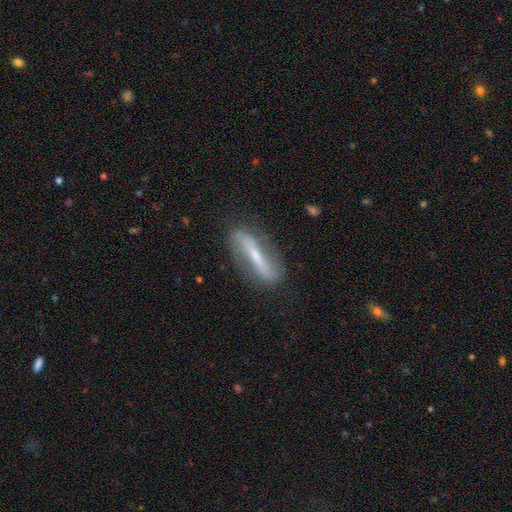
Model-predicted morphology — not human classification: The model was most divided on "edge-on disk": no: 61%, yes: 39%. More confident: merging — none (77%); smooth or featured — featured or disk (70%).